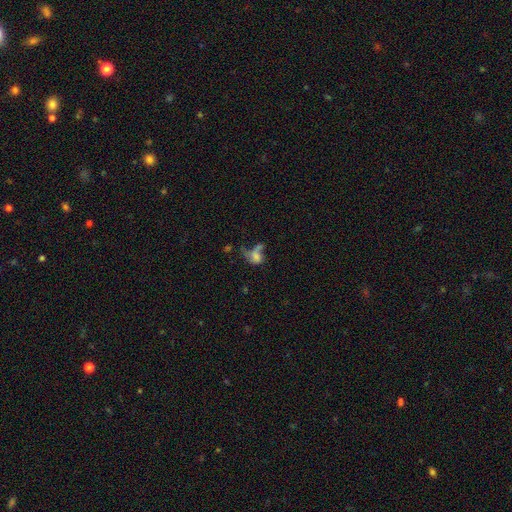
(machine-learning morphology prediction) type=smooth (55%); roundness=in between (73%); merging=merger (35%).